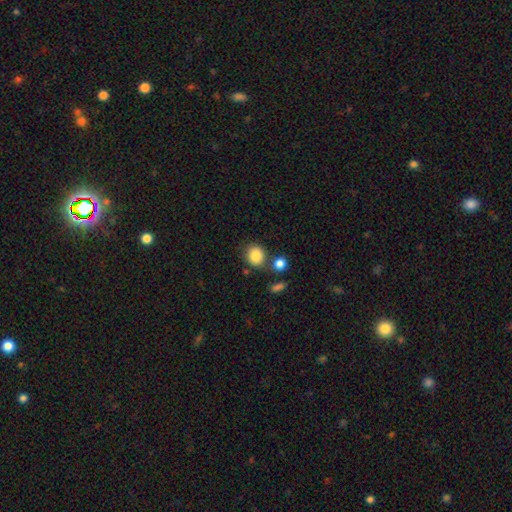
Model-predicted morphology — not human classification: A smooth galaxy with no disk features (86%) that is round (73%). Merging: none (71%).